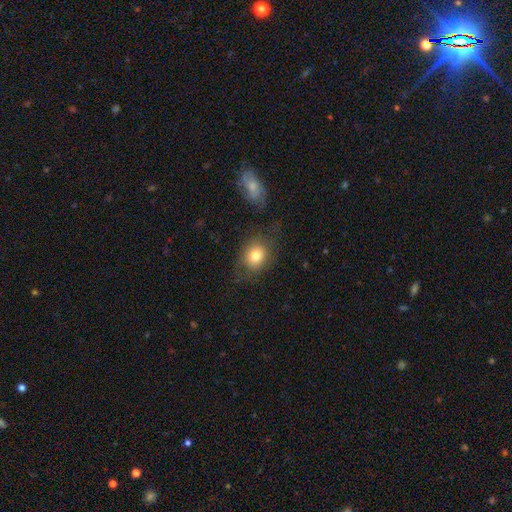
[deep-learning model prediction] Smooth or featured? Predicted: smooth (p=0.79). How rounded? Predicted: round (p=0.65). Merging? Predicted: none (p=0.70).